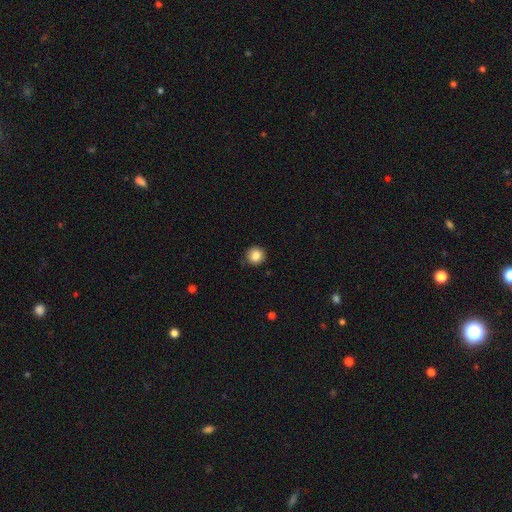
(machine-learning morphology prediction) Smooth or featured: smooth — 85% (star or artifact — 10%)
How rounded: round — 94% (in between — 6%)
Merging: none — 87% (minor disturbance — 10%)